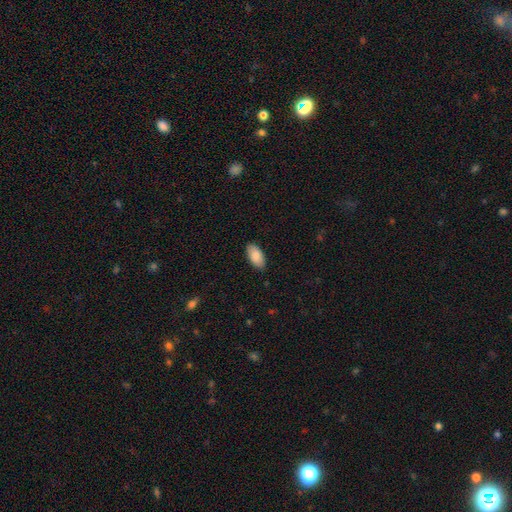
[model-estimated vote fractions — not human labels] This appears to be a smooth galaxy with no disk features (86%) that is in between round and cigar-shaped (95%). Merging: none (88%).